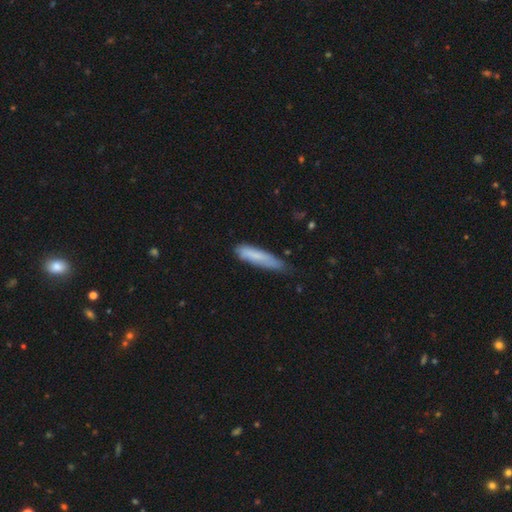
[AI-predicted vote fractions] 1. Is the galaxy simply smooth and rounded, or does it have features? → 77% smooth, 17% featured or disk, 6% star or artifact.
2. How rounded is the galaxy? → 81% cigar-shaped, 18% in between, 1% round.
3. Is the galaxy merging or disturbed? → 57% none, 34% minor disturbance, 7% major disturbance, 2% merger.